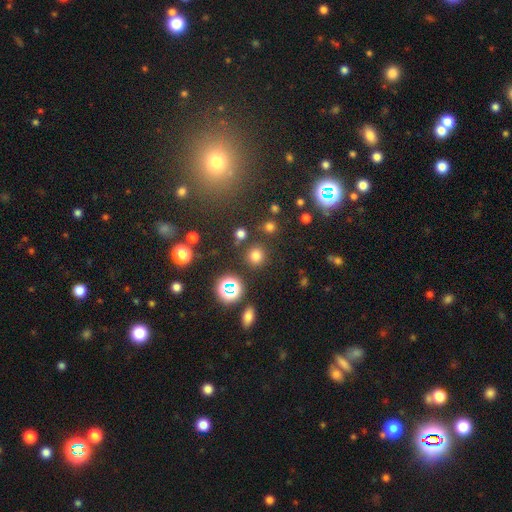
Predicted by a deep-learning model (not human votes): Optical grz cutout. It shows a smooth galaxy with no disk features (72%) that is round (91%). Merging: none (84%).